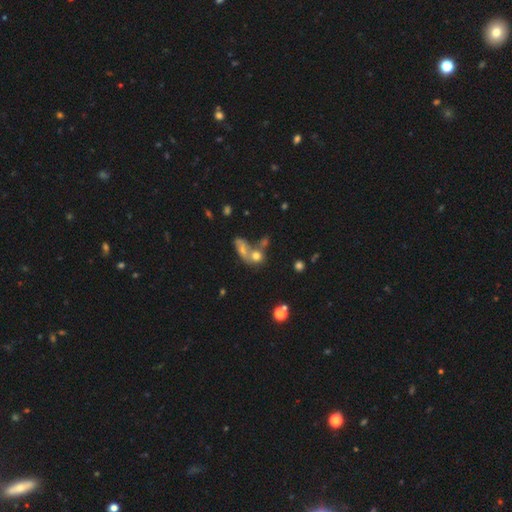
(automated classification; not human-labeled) Smooth or featured? Predicted: smooth (p=0.66). How rounded? Predicted: round (p=0.63). Merging? Predicted: merger (p=0.52).